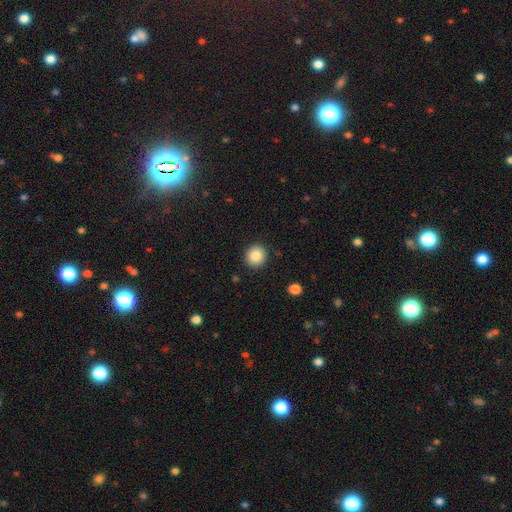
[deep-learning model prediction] A smooth galaxy with no disk features (85%) that is round (90%).

Vote fractions:
- Smooth or featured? smooth: 85% / star or artifact: 9% / featured or disk: 6%
- How rounded? round: 90% / in between: 9% / cigar-shaped: 1%
- Merging? none: 91% / minor disturbance: 6% / major disturbance: 2% / merger: 1%